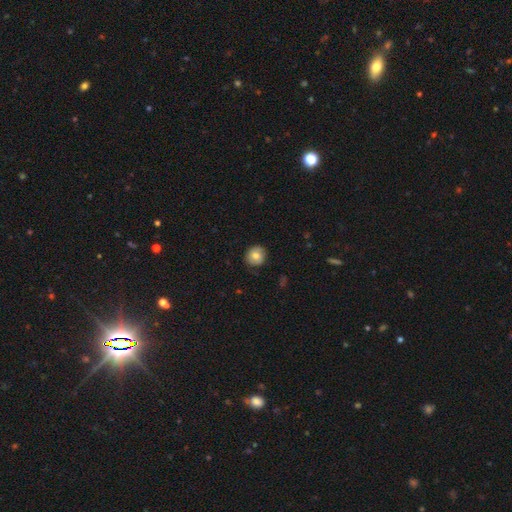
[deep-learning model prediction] Smooth or featured? Predicted: smooth (p=0.78). How rounded? Predicted: round (p=0.91). Merging? Predicted: none (p=0.87).